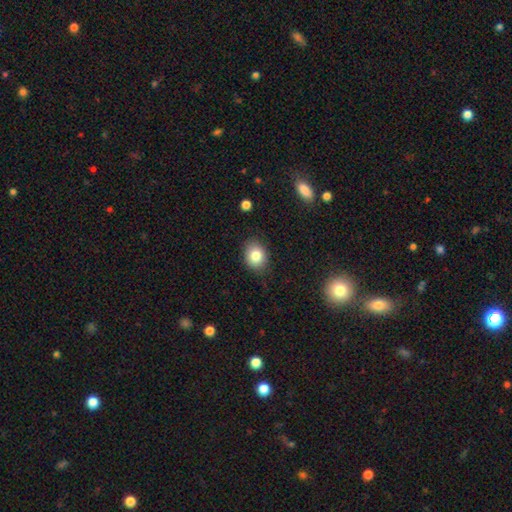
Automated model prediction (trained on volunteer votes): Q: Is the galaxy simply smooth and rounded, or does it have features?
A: smooth — 81%.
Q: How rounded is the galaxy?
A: round — 54%.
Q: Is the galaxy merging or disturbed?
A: none — 84%.